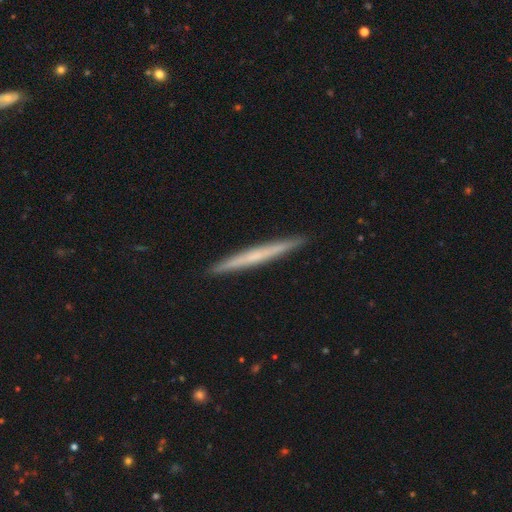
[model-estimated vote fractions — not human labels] featured or disk 51%, smooth 43%, star or artifact 6%. Down the decision tree: edge-on disk — yes (97%); merging — none (93%).